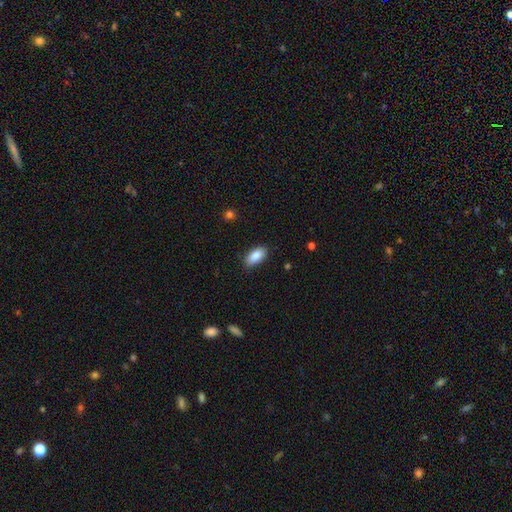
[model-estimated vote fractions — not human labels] Smooth or featured? Predicted: smooth (p=0.88). How rounded? Predicted: in between (p=0.92). Merging? Predicted: none (p=0.85).